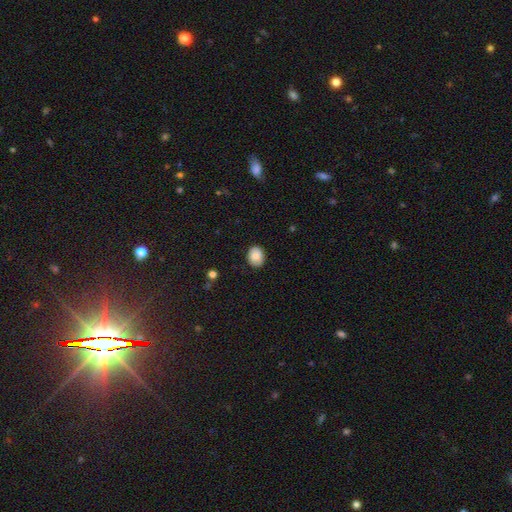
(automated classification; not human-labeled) smooth_or_featured: smooth (p=0.83) [alt: featured or disk p=0.09]
how_rounded: in between (p=0.55) [alt: round p=0.44]
merging: none (p=0.84) [alt: minor disturbance p=0.12]